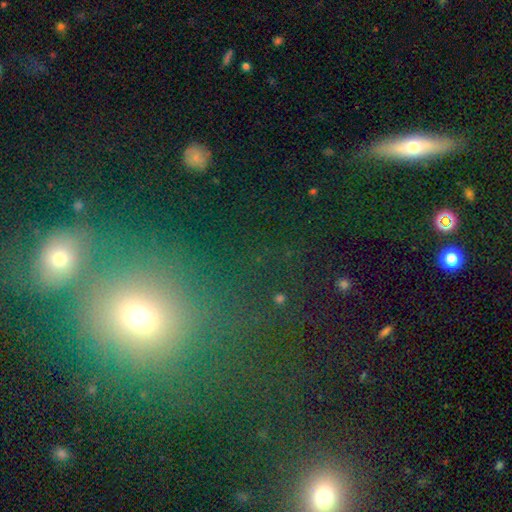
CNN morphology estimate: The model was most divided on "smooth or featured": smooth: 45%, star or artifact: 37%, featured or disk: 17%. More confident: merging — none (73%).